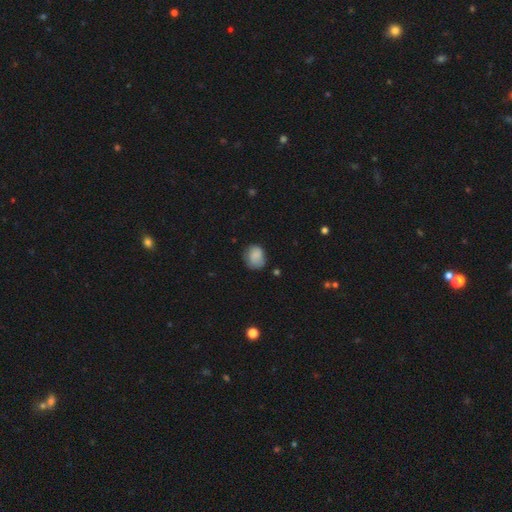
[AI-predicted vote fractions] A smooth galaxy with no disk features (82%) that is round (58%).

Vote fractions:
- Smooth or featured? smooth: 82% / star or artifact: 9% / featured or disk: 9%
- How rounded? round: 58% / in between: 41% / cigar-shaped: 1%
- Merging? none: 60% / minor disturbance: 29% / major disturbance: 8% / merger: 2%